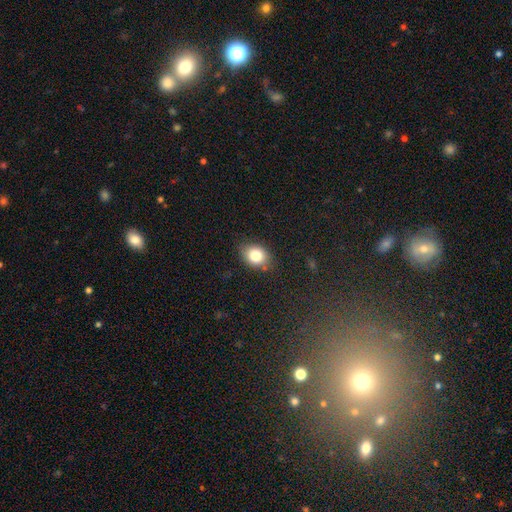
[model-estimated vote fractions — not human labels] Morphology: type=smooth (81%); roundness=in between (56%); merging=none (82%).